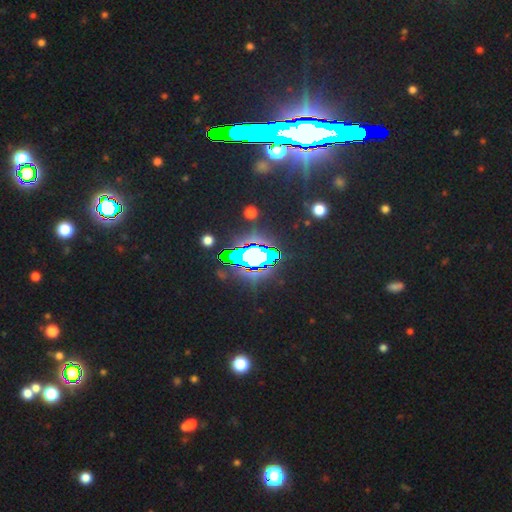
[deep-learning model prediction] smooth-or-featured: star or artifact: 69% | smooth: 18% | featured or disk: 13%